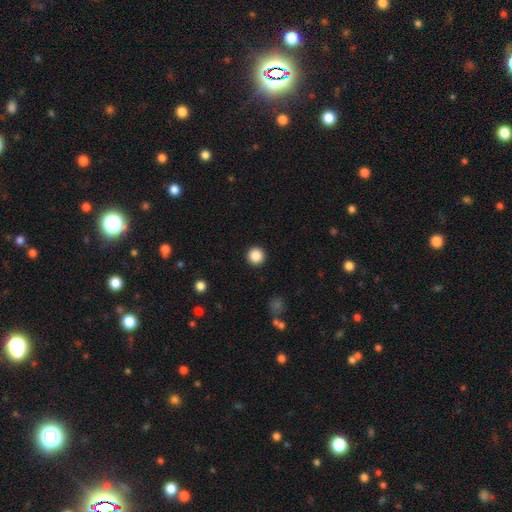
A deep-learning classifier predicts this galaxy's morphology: Smooth or featured?
  - smooth: 87% *
  - star or artifact: 10%
  - featured or disk: 3%
How rounded?
  - round: 96% *
  - in between: 3%
  - cigar-shaped: 1%
Merging?
  - none: 93% *
  - minor disturbance: 4%
  - major disturbance: 2%
  - merger: 1%